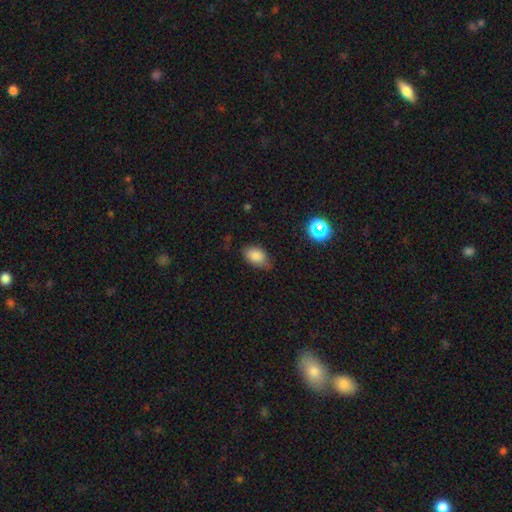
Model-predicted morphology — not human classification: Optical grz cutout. It shows a smooth galaxy with no disk features (83%) that is in between round and cigar-shaped (88%). Merging: none (67%).